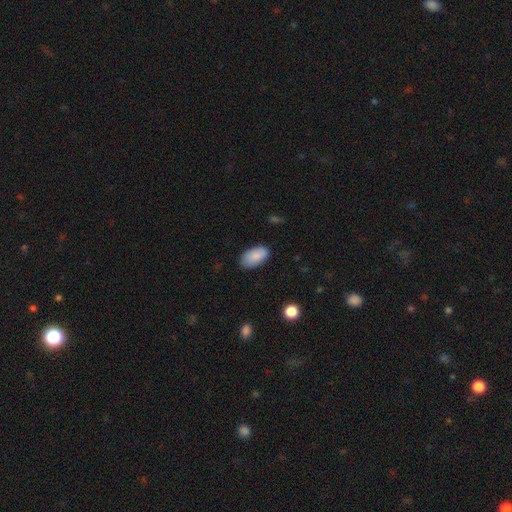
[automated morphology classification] smooth 87%, star or artifact 7%, featured or disk 7%. Down the decision tree: how rounded — in between (95%); merging — none (83%).